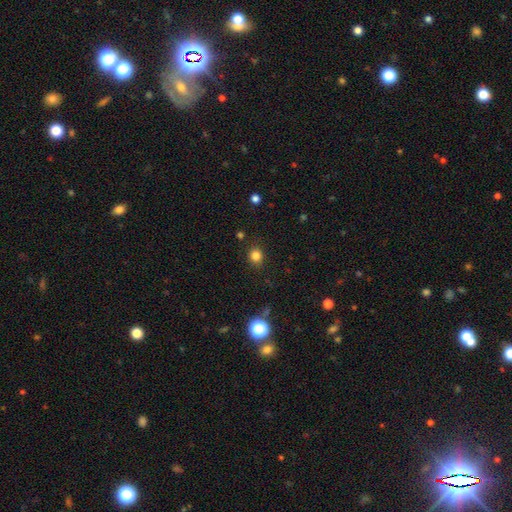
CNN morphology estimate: This is clearly a smooth galaxy (82%). How rounded: clearly round (81%). Merging: clearly none (87%).